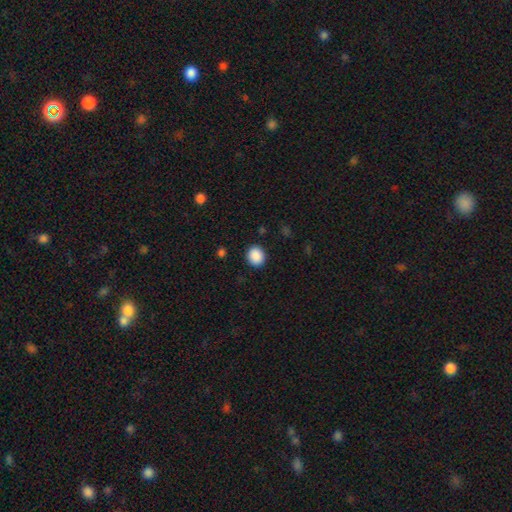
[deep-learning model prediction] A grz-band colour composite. It shows a smooth galaxy with no disk features (89%) that is round (72%). Merging: none (90%).